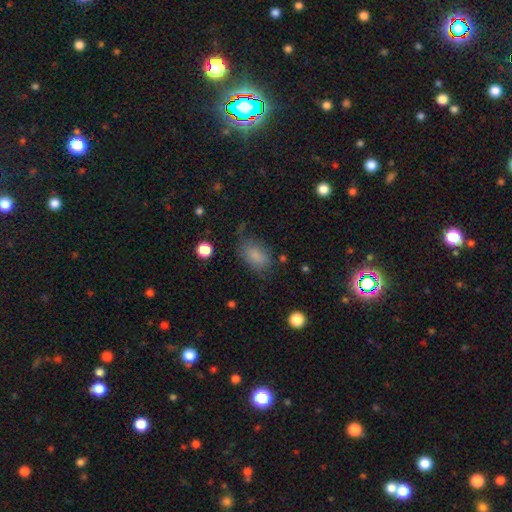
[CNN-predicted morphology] Q: Smooth or featured?
A: smooth (82%); runner-up: star or artifact (9%)
Q: How rounded?
A: in between (88%); runner-up: round (10%)
Q: Merging?
A: none (66%); runner-up: minor disturbance (22%)